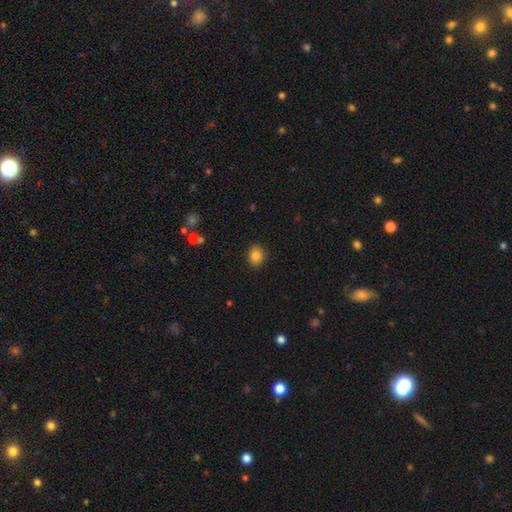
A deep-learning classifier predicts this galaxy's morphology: This is clearly a smooth galaxy (84%). How rounded: possibly round (57%). Merging: clearly none (87%).